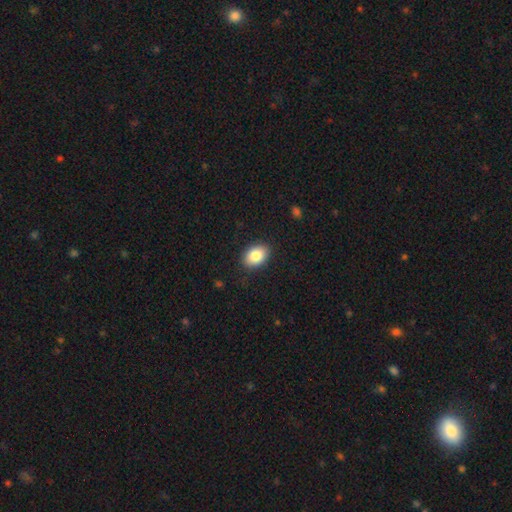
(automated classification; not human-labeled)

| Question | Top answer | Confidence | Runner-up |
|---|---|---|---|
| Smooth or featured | smooth | 85% | featured or disk (8%) |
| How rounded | in between | 81% | round (18%) |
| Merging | none | 87% | minor disturbance (9%) |